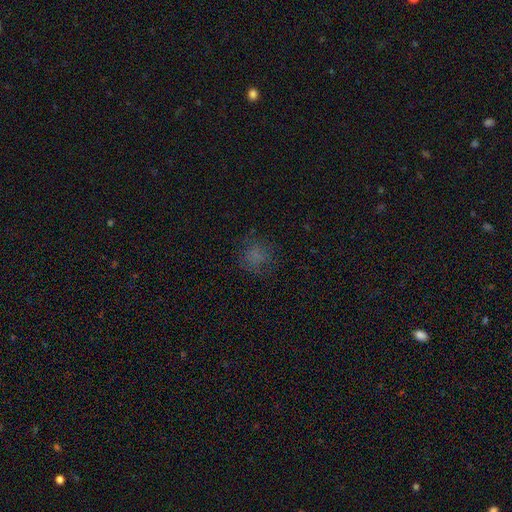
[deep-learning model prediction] Smooth or featured?
  - smooth: 64% *
  - star or artifact: 22%
  - featured or disk: 14%
How rounded?
  - round: 83% *
  - in between: 16%
  - cigar-shaped: 1%
Merging?
  - none: 72% *
  - minor disturbance: 16%
  - major disturbance: 10%
  - merger: 1%